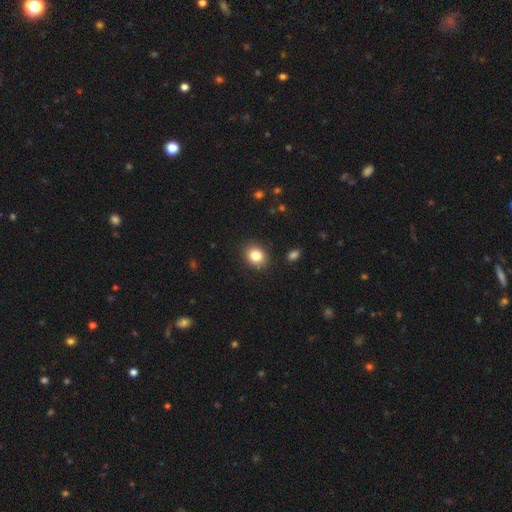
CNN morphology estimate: smooth_or_featured: smooth (p=0.84) [alt: star or artifact p=0.10]
how_rounded: round (p=0.54) [alt: in between p=0.45]
merging: none (p=0.89) [alt: minor disturbance p=0.08]